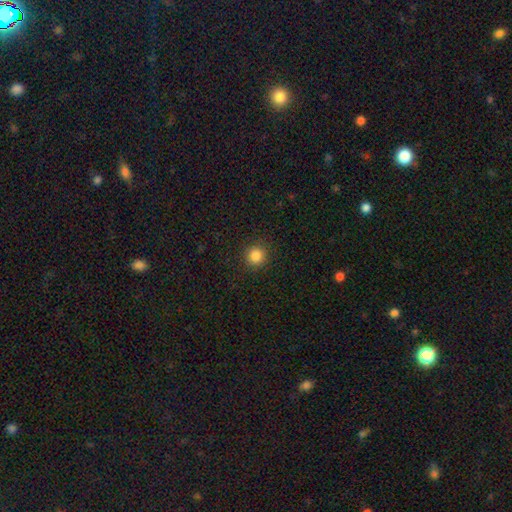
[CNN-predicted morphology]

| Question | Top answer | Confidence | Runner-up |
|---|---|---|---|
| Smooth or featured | smooth | 85% | star or artifact (11%) |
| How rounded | round | 93% | in between (7%) |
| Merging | none | 90% | minor disturbance (6%) |